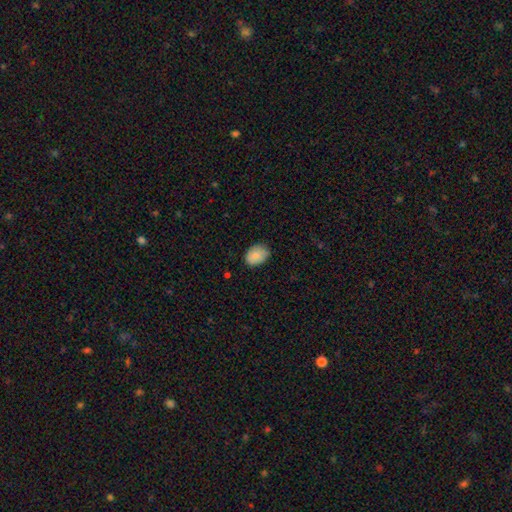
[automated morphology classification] Overall: smooth (86%). How rounded: in between (68%; round 32%). Merging: none (75%).